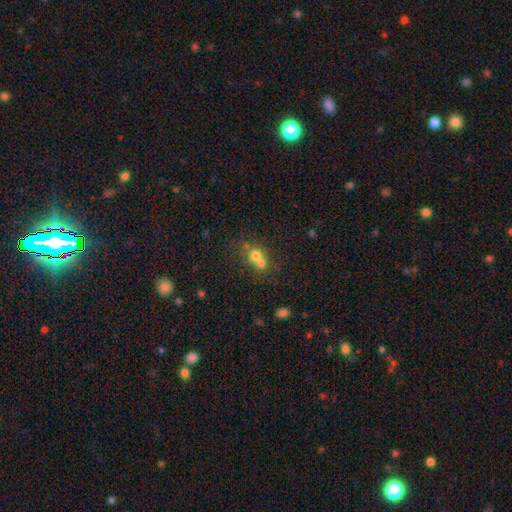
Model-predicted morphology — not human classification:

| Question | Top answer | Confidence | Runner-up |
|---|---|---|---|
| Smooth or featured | smooth | 66% | featured or disk (19%) |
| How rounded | round | 80% | in between (19%) |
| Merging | merger | 60% | none (32%) |